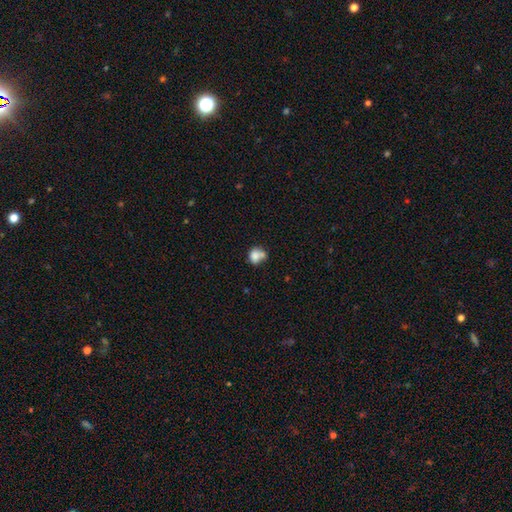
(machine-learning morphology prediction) Overall: smooth (76%). How rounded: round (58%; in between 41%). Merging: merger (41%; none 31%).